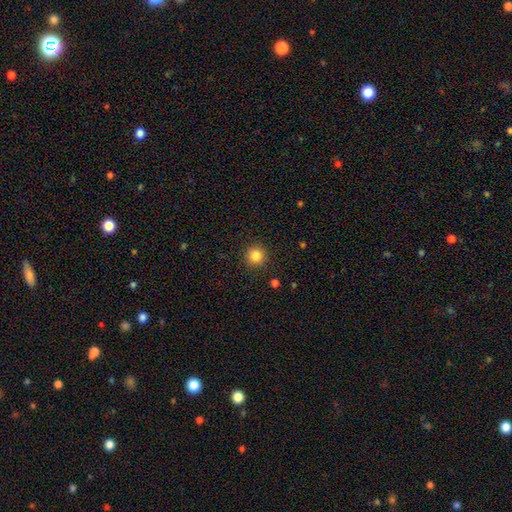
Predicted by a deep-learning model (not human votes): Morphology: type=smooth (85%); roundness=round (94%); merging=none (91%).